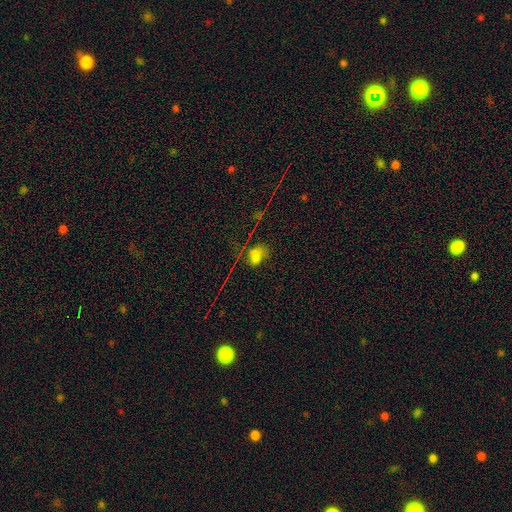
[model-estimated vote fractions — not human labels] A smooth galaxy with no disk features (49%).

Vote fractions:
- Smooth or featured? smooth: 49% / star or artifact: 40% / featured or disk: 11%
- Merging? none: 45% / minor disturbance: 24% / major disturbance: 22% / merger: 9%